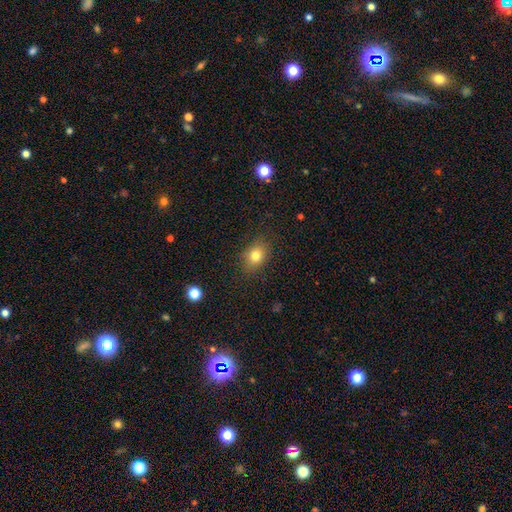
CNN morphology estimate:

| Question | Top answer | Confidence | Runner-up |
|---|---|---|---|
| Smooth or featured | smooth | 78% | star or artifact (12%) |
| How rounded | in between | 57% | round (41%) |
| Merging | none | 84% | minor disturbance (11%) |